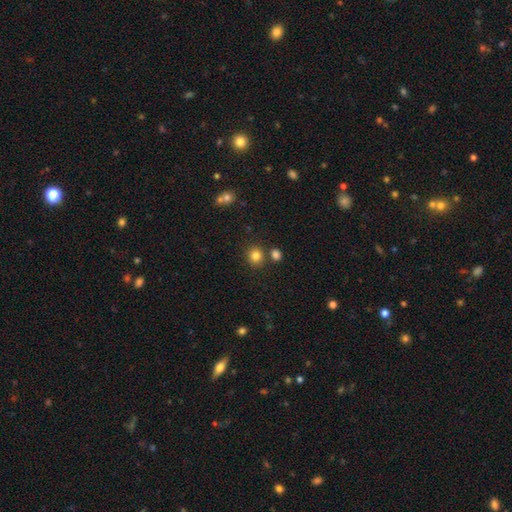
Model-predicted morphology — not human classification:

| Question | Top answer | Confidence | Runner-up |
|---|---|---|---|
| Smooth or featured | smooth | 82% | star or artifact (12%) |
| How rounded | round | 86% | in between (13%) |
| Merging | none | 79% | merger (11%) |